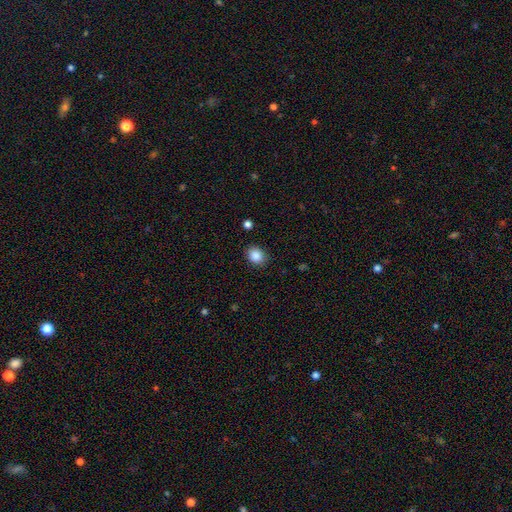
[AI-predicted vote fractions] A smooth galaxy with no disk features (87%) that is round (57%). Merging: none (86%).